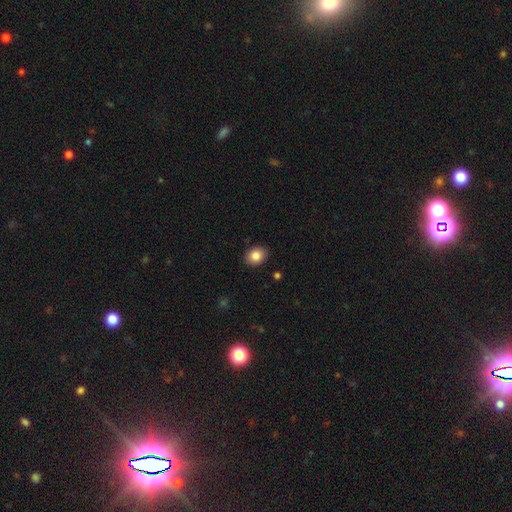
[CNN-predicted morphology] A smooth galaxy with no disk features (85%) that is in between round and cigar-shaped (51%). Merging: none (90%).